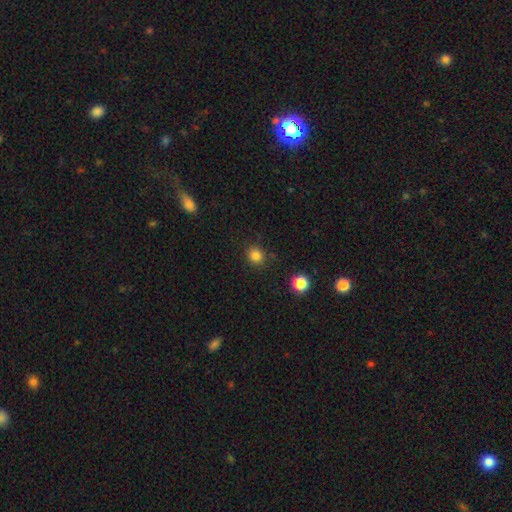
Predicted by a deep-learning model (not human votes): smooth-or-featured: smooth: 82% | star or artifact: 13% | featured or disk: 5%
  how-rounded: round: 82% | in between: 17% | cigar-shaped: 1%
  merging: none: 86% | minor disturbance: 9% | major disturbance: 3% | merger: 2%